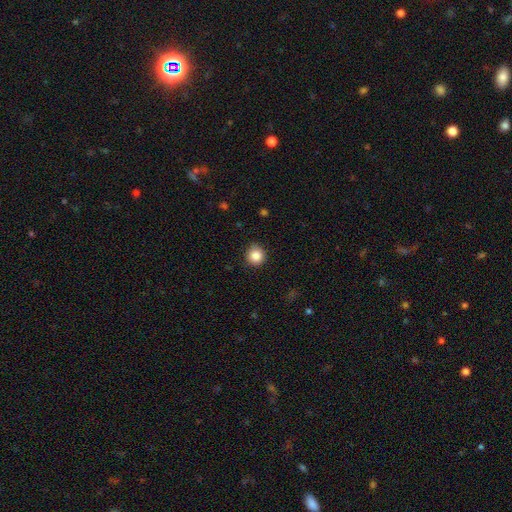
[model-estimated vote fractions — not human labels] Morphology: type=smooth (86%); roundness=round (93%); merging=none (87%).